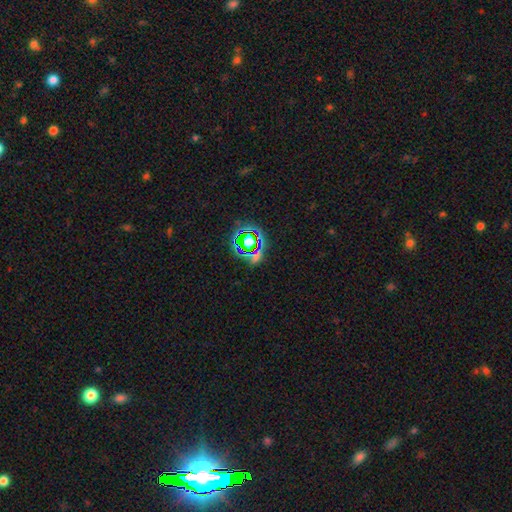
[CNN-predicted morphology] This is likely a star or artifact rather than a galaxy (62%).